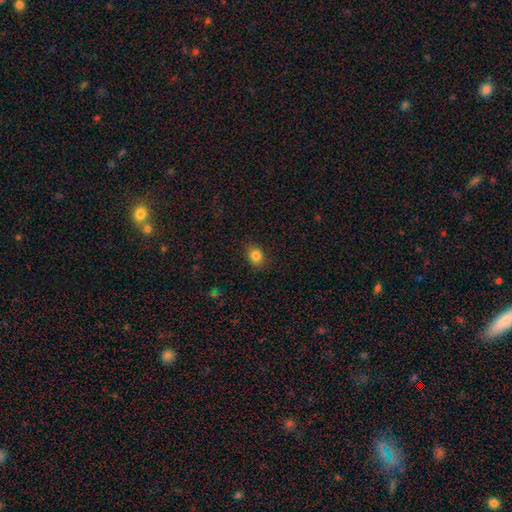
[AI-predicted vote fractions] Q: Smooth or featured?
A: smooth (83%); runner-up: star or artifact (11%)
Q: How rounded?
A: in between (54%); runner-up: round (44%)
Q: Merging?
A: none (85%); runner-up: minor disturbance (12%)